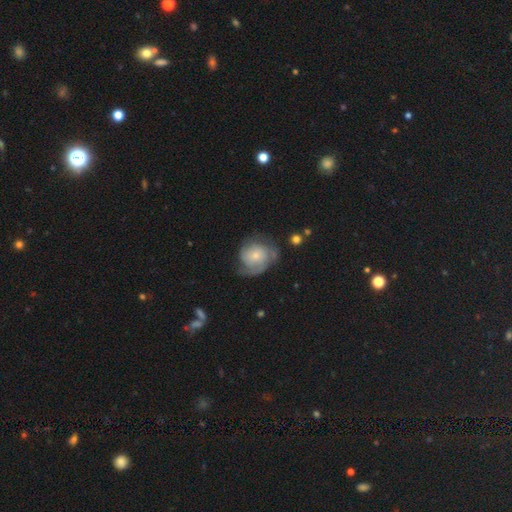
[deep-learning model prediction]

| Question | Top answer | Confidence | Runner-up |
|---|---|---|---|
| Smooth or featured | featured or disk | 65% | smooth (29%) |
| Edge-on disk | no | 98% | yes (2%) |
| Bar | no | 77% | weak (20%) |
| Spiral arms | yes | 88% | no (12%) |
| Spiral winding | tight | 45% | medium (37%) |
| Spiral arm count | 2 | 37% | can't tell (27%) |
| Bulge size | small | 67% | moderate (25%) |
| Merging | none | 54% | minor disturbance (26%) |